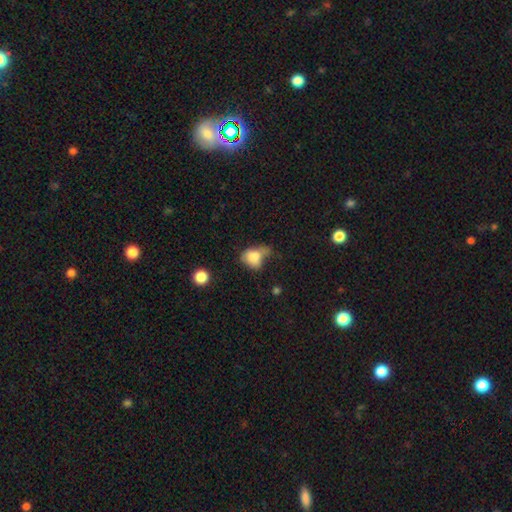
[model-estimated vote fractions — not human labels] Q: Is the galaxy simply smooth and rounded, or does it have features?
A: smooth — 75%.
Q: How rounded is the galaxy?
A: in between — 63%.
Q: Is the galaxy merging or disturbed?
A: minor disturbance — 31%.